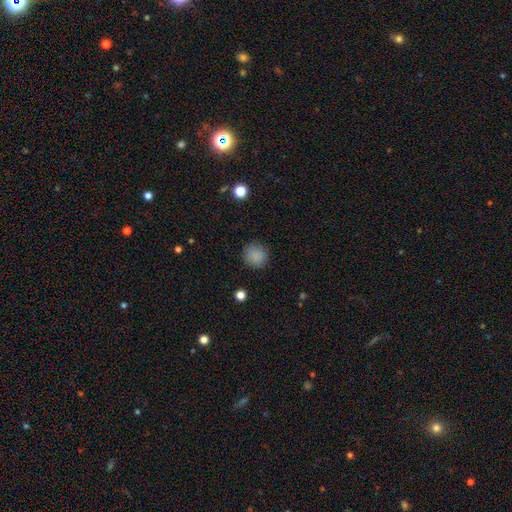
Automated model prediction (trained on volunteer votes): A smooth galaxy with no disk features (86%) that is round (91%).

Vote fractions:
- Smooth or featured? smooth: 86% / star or artifact: 10% / featured or disk: 4%
- How rounded? round: 91% / in between: 8% / cigar-shaped: 1%
- Merging? none: 87% / minor disturbance: 9% / major disturbance: 3% / merger: 1%